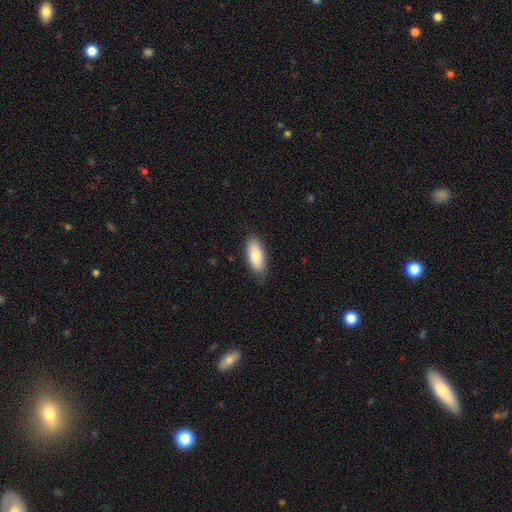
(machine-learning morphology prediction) The model was most divided on "merging": none: 84%, minor disturbance: 12%, major disturbance: 2%, merger: 1%. More confident: how rounded — in between (86%); smooth or featured — smooth (85%).